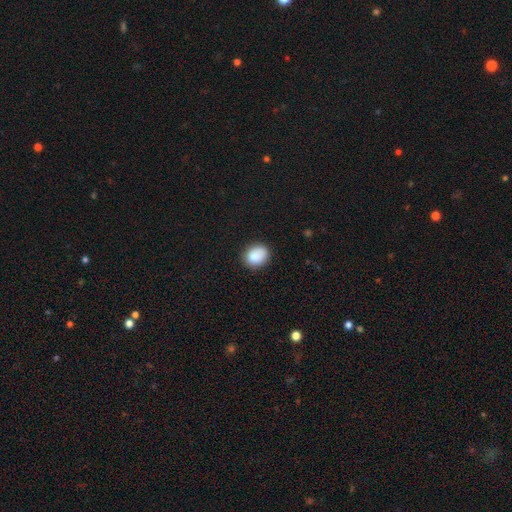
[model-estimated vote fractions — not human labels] This is clearly a smooth galaxy (87%). How rounded: possibly round (58%). Merging: clearly none (81%).